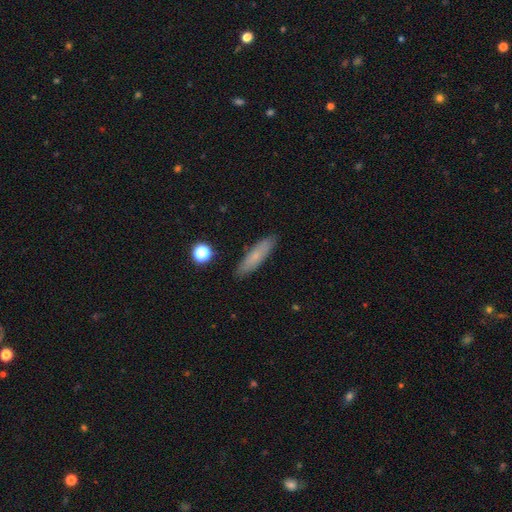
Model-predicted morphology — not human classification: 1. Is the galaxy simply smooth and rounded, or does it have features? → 71% smooth, 21% featured or disk, 8% star or artifact.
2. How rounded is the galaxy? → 75% cigar-shaped, 23% in between, 2% round.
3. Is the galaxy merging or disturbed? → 88% none, 9% minor disturbance, 2% major disturbance, 1% merger.